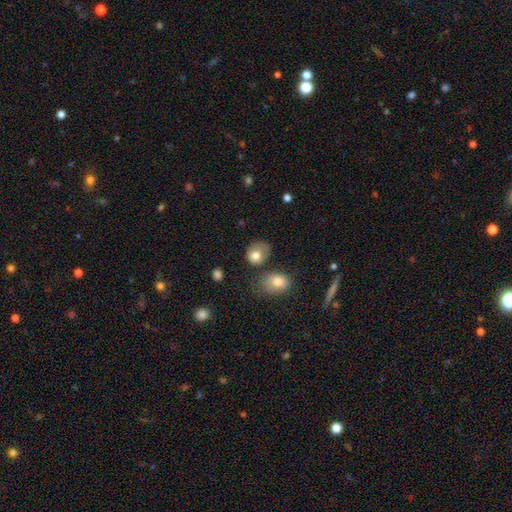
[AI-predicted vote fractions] Smooth or featured?
  - smooth: 78% *
  - featured or disk: 14%
  - star or artifact: 8%
How rounded?
  - in between: 51% *
  - round: 48%
  - cigar-shaped: 1%
Merging?
  - none: 40% *
  - minor disturbance: 30%
  - major disturbance: 17%
  - merger: 12%